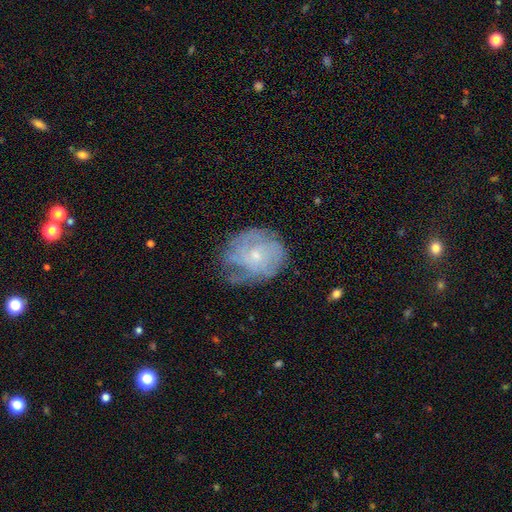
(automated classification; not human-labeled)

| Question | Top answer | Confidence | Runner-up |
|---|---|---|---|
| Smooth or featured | featured or disk | 68% | smooth (23%) |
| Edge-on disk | no | 97% | yes (3%) |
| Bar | no | 74% | weak (23%) |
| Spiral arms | yes | 81% | no (19%) |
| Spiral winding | tight | 60% | medium (28%) |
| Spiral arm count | can't tell | 54% | 2 (12%) |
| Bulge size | small | 72% | moderate (24%) |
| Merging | none | 56% | minor disturbance (28%) |